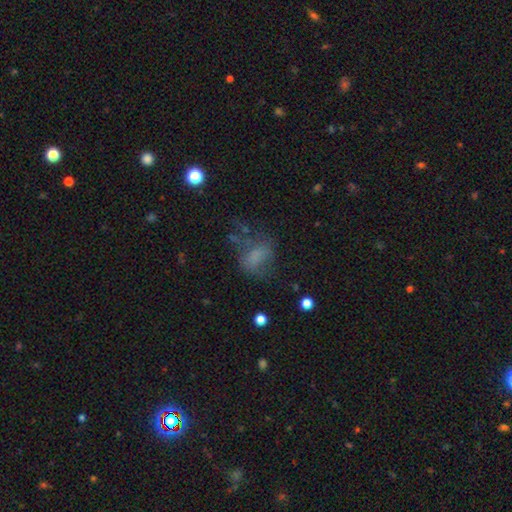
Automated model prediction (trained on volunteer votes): Smooth or featured? Predicted: smooth (p=0.59). How rounded? Predicted: in between (p=0.75). Merging? Predicted: none (p=0.41).